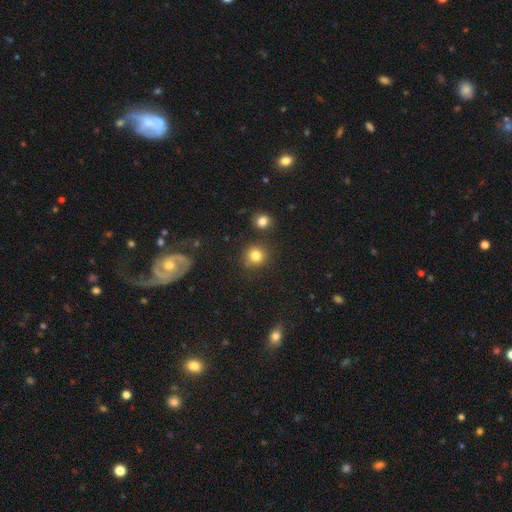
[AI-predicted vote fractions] Smooth or featured?
  - smooth: 82% *
  - star or artifact: 12%
  - featured or disk: 6%
How rounded?
  - round: 89% *
  - in between: 10%
  - cigar-shaped: 1%
Merging?
  - none: 80% *
  - minor disturbance: 10%
  - merger: 6%
  - major disturbance: 4%